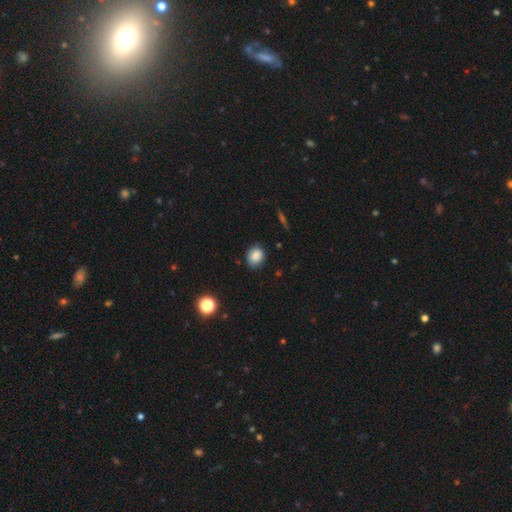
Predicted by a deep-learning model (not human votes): This appears to be a smooth galaxy with no disk features (86%) that is round (56%). Merging: none (78%).